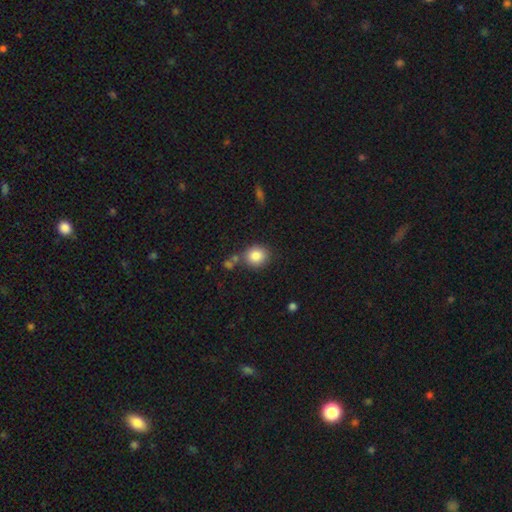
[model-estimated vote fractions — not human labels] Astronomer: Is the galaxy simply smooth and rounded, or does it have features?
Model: smooth — 85%.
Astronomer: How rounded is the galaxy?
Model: round — 80%.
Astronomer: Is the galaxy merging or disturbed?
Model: none — 73%.